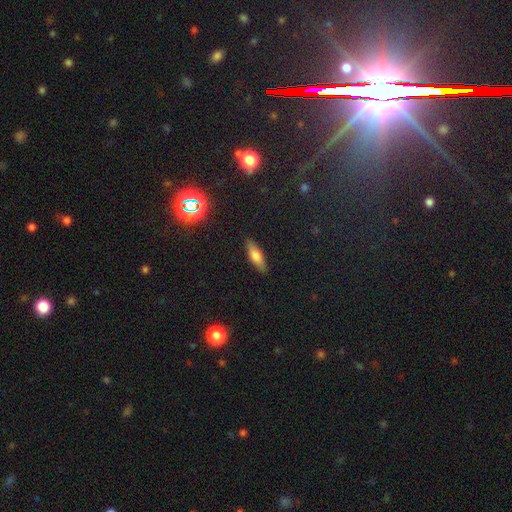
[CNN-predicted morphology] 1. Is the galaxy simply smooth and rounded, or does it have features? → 68% smooth, 23% featured or disk, 9% star or artifact.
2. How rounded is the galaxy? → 51% in between, 46% cigar-shaped, 3% round.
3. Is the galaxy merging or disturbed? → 87% none, 9% minor disturbance, 2% major disturbance, 1% merger.